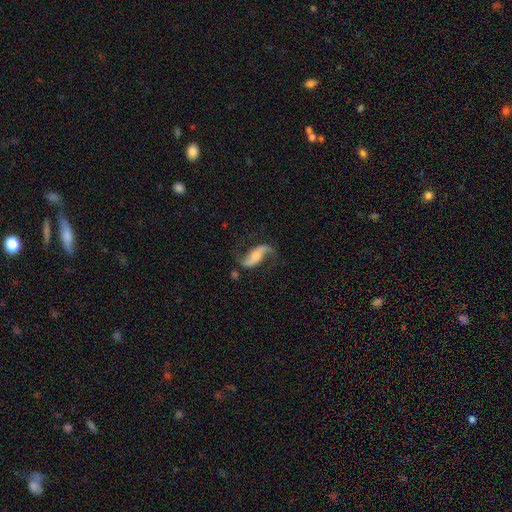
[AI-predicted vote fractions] Smooth or featured? featured or disk (84%)
Edge-on disk? no (94%)
Bar? no (36%)
Spiral arms? yes (95%)
Spiral winding? loose (74%)
Spiral arm count? 2 (92%)
Bulge size? moderate (49%)
Merging? none (74%)